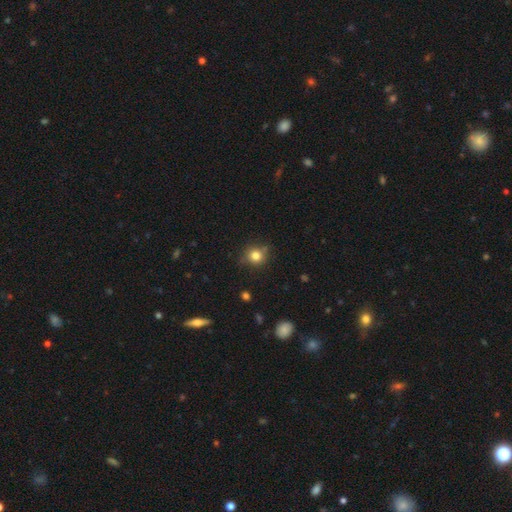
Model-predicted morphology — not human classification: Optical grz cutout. It shows a smooth galaxy with no disk features (80%) that is round (88%). Merging: none (80%).